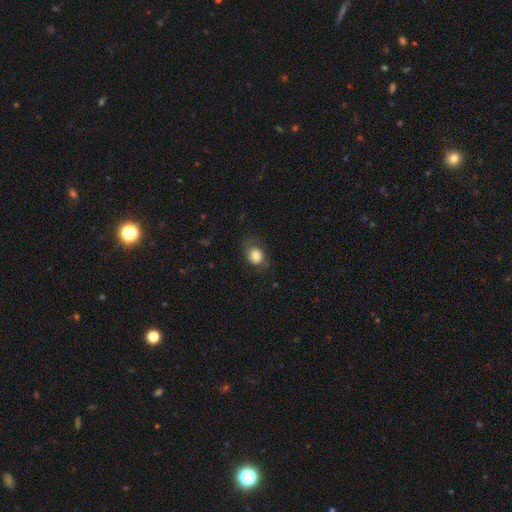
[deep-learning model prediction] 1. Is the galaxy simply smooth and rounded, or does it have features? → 81% smooth, 11% featured or disk, 9% star or artifact.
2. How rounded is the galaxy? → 57% in between, 42% round, 1% cigar-shaped.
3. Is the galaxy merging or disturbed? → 64% none, 24% minor disturbance, 11% major disturbance, 1% merger.